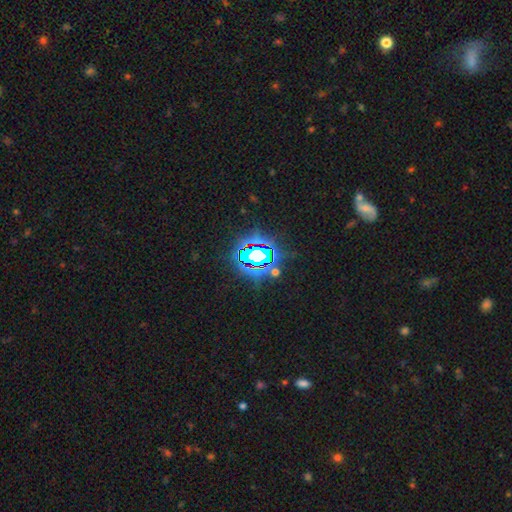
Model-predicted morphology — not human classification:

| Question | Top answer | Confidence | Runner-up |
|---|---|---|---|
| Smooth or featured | star or artifact | 74% | smooth (14%) |